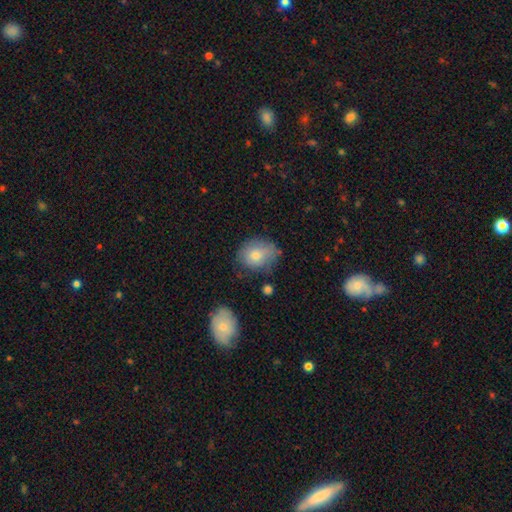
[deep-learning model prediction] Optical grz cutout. It shows a smooth galaxy with no disk features (76%) that is round (55%). Merging: none (60%).